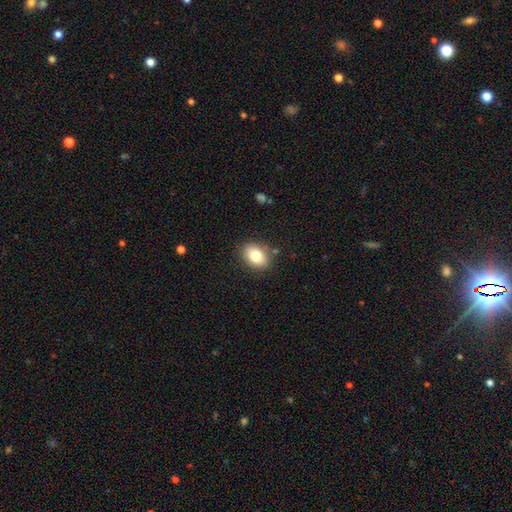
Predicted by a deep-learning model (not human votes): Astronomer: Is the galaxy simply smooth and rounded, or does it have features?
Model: smooth — 80%.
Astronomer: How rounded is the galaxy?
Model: in between — 71%.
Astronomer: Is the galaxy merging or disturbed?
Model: none — 84%.